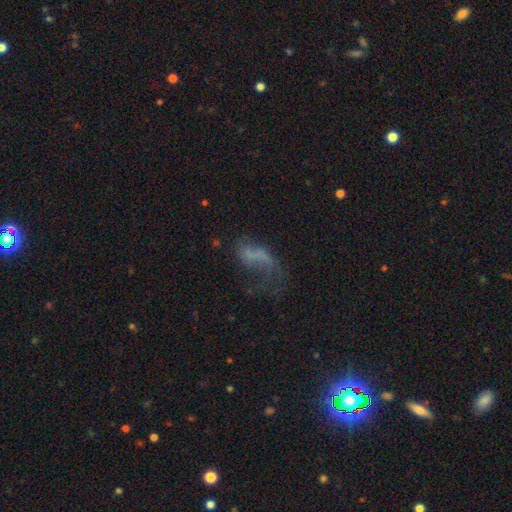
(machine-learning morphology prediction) type=featured or disk (45%); merging=major disturbance (49%).